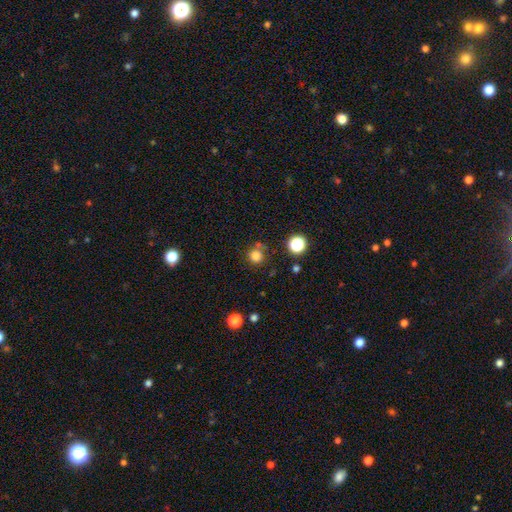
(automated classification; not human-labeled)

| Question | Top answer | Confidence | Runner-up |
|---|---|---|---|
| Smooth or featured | smooth | 80% | star or artifact (15%) |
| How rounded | round | 92% | in between (7%) |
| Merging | none | 74% | minor disturbance (12%) |